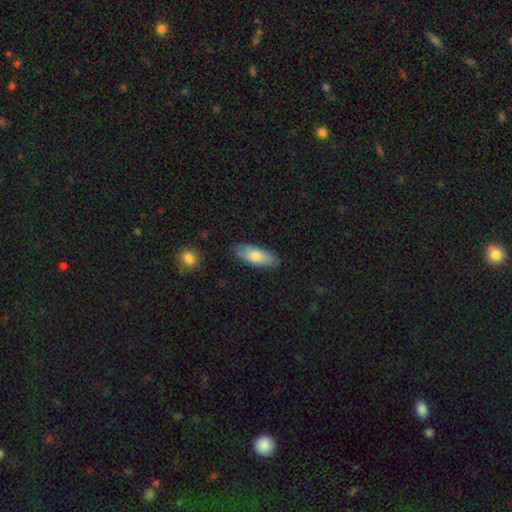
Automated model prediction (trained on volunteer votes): Smooth or featured? Predicted: smooth (p=0.79). How rounded? Predicted: in between (p=0.75). Merging? Predicted: none (p=0.83).